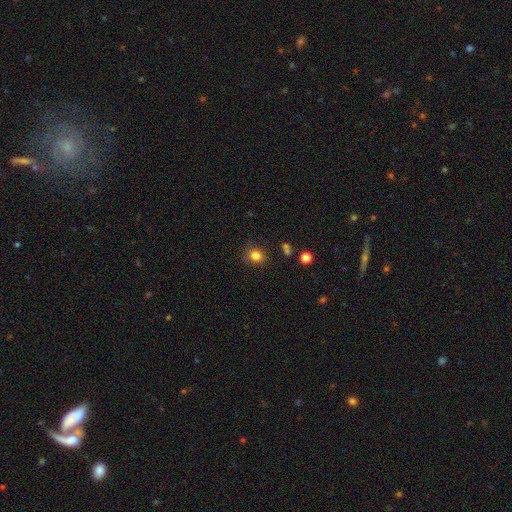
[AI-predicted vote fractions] Q: Smooth or featured?
A: smooth (82%); runner-up: star or artifact (12%)
Q: How rounded?
A: round (71%); runner-up: in between (28%)
Q: Merging?
A: none (80%); runner-up: minor disturbance (14%)